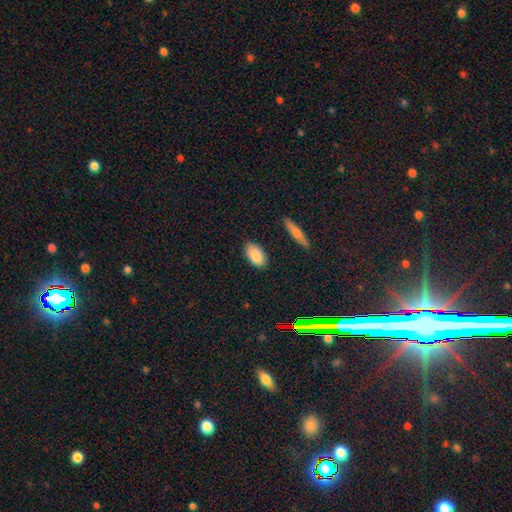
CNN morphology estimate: This appears to be a smooth galaxy with no disk features (85%) that is in between round and cigar-shaped (92%). Merging: none (84%).